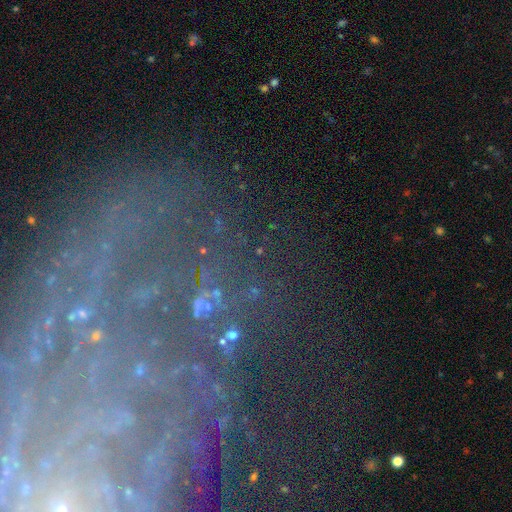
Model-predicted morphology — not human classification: Q: Smooth or featured?
A: featured or disk (53%); runner-up: star or artifact (32%)
Q: Edge-on disk?
A: no (90%); runner-up: yes (10%)
Q: Merging?
A: none (68%); runner-up: minor disturbance (15%)